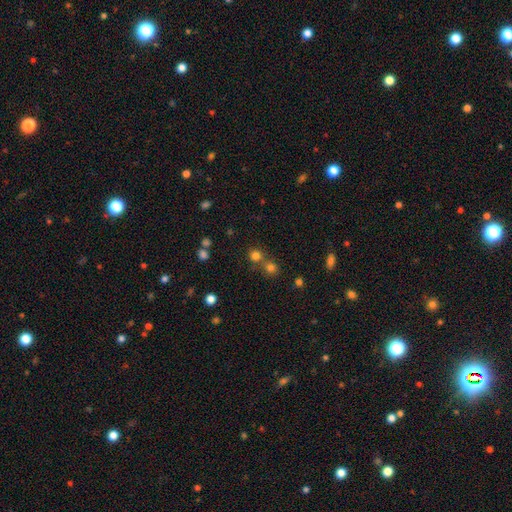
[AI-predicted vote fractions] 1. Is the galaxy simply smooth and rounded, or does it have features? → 73% smooth, 20% star or artifact, 7% featured or disk.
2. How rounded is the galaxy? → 89% round, 10% in between, 1% cigar-shaped.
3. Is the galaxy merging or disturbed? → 61% none, 29% merger, 6% minor disturbance, 3% major disturbance.